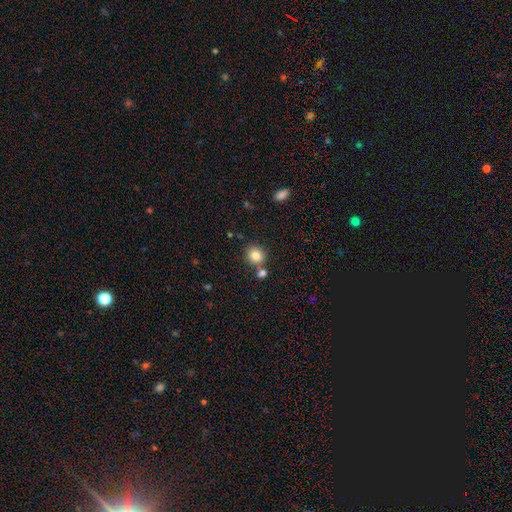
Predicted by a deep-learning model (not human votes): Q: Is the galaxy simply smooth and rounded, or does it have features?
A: smooth — 83%.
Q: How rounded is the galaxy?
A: round — 81%.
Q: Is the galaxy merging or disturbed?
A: none — 71%.